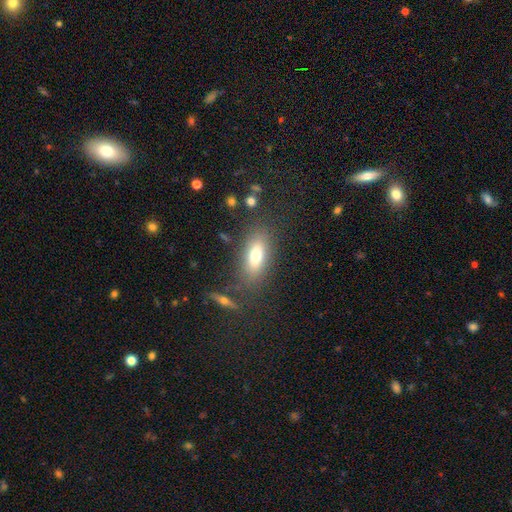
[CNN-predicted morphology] smooth 70%, featured or disk 20%, star or artifact 10%. Down the decision tree: how rounded — in between (77%); merging — none (79%).